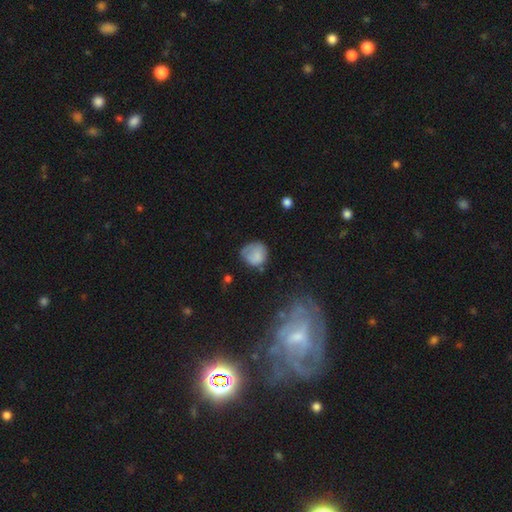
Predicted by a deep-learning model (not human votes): Overall: smooth (76%). How rounded: round (77%). Merging: none (51%; minor disturbance 31%).